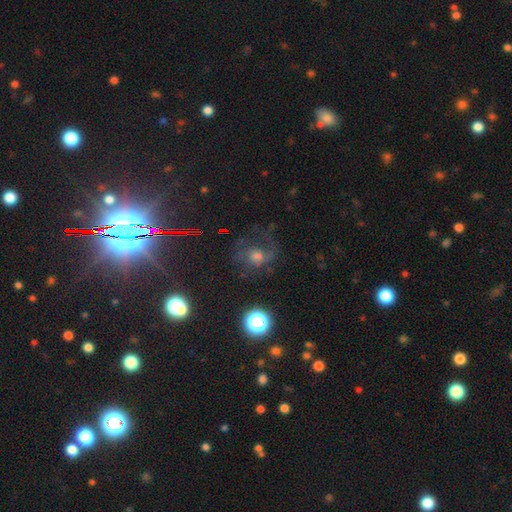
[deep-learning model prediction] Smooth or featured: featured or disk — 42% (star or artifact — 30%)
Merging: none — 53% (major disturbance — 27%)